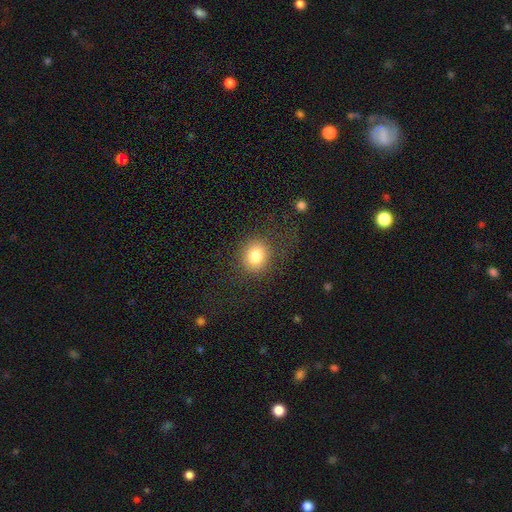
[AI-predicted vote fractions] This is clearly a smooth galaxy (82%). How rounded: likely round (74%). Merging: likely none (77%).